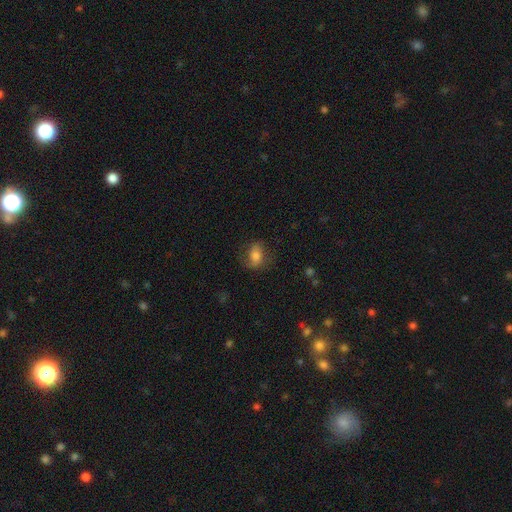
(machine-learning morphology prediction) type=smooth (69%); roundness=in between (69%); merging=none (68%).